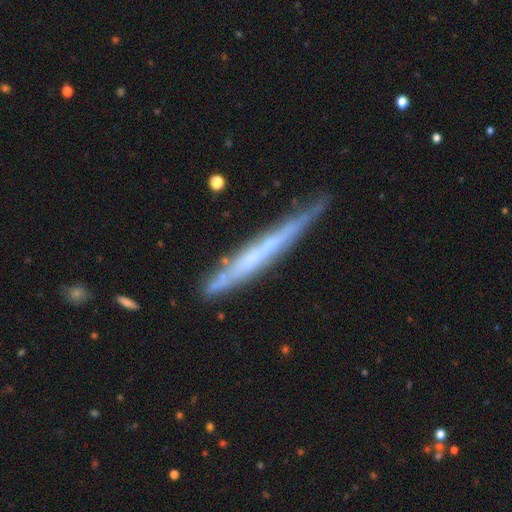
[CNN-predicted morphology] Smooth or featured?
  - featured or disk: 65% *
  - smooth: 29%
  - star or artifact: 6%
Edge-on disk?
  - yes: 89% *
  - no: 11%
Edge-on bulge?
  - none: 80% *
  - rounded: 14%
  - boxy: 6%
Merging?
  - none: 74% *
  - minor disturbance: 20%
  - major disturbance: 3%
  - merger: 2%